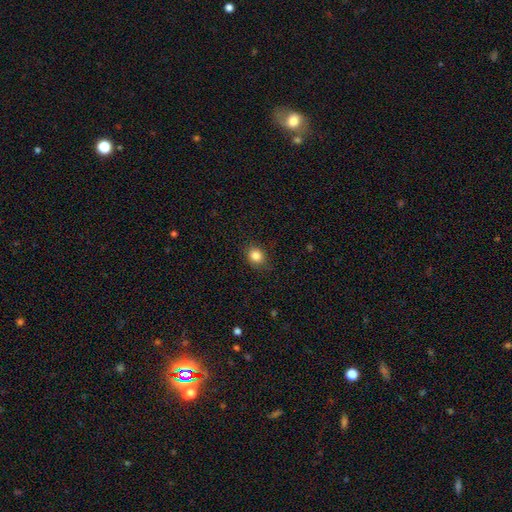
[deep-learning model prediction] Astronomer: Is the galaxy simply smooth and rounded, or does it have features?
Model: smooth — 84%.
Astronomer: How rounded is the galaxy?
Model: round — 69%.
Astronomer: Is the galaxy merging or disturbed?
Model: none — 85%.